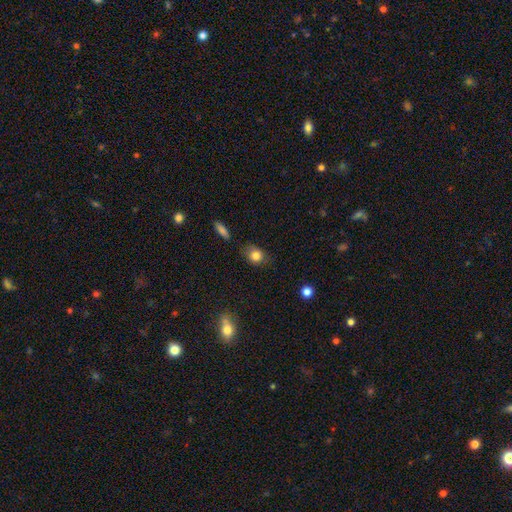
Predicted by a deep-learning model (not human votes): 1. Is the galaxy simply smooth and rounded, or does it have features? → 82% smooth, 10% star or artifact, 8% featured or disk.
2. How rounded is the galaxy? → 55% round, 43% in between, 2% cigar-shaped.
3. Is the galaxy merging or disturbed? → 73% none, 21% minor disturbance, 4% major disturbance, 2% merger.